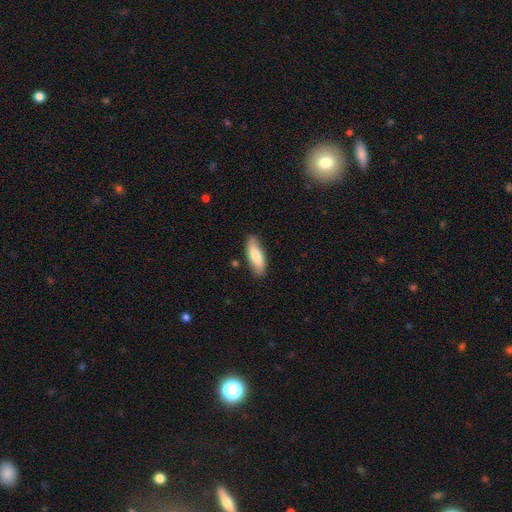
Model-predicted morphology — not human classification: Smooth or featured? Predicted: smooth (p=0.76). How rounded? Predicted: in between (p=0.64). Merging? Predicted: none (p=0.84).